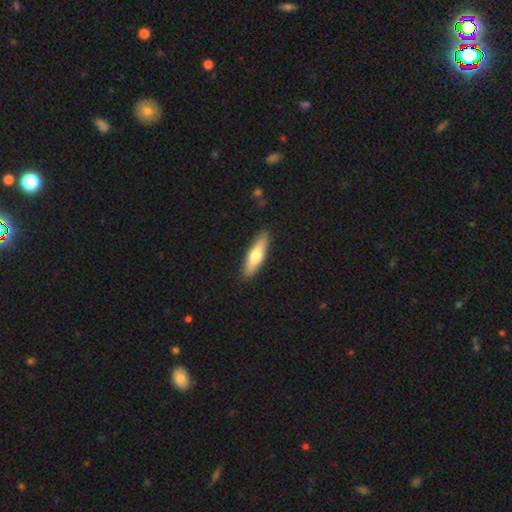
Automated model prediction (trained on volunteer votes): The model was most divided on "smooth or featured": smooth: 64%, featured or disk: 30%, star or artifact: 5%. More confident: merging — none (89%); how rounded — cigar-shaped (66%).